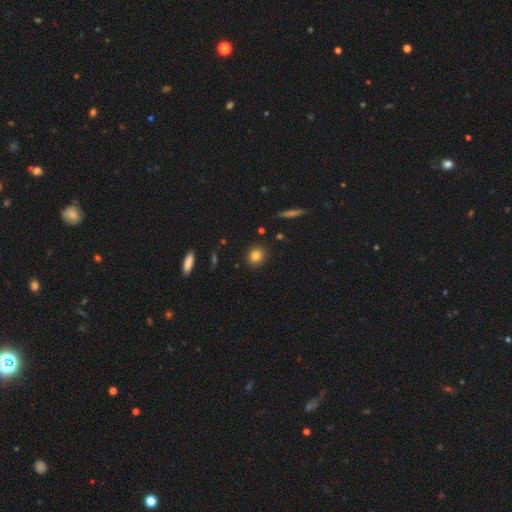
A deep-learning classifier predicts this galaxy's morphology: smooth_or_featured: smooth (p=0.82) [alt: star or artifact p=0.10]
how_rounded: round (p=0.80) [alt: in between p=0.18]
merging: none (p=0.90) [alt: minor disturbance p=0.07]